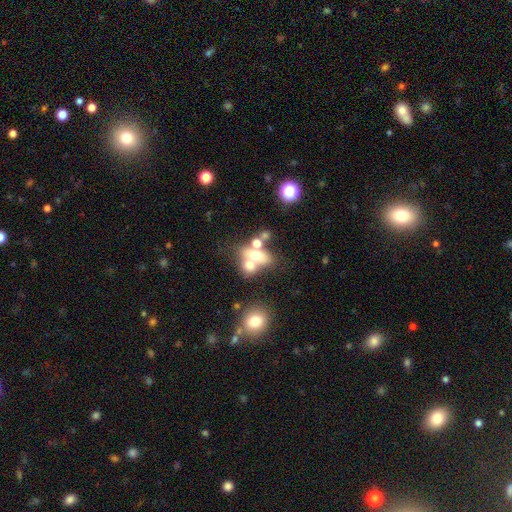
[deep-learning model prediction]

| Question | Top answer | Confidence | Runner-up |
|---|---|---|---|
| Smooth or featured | smooth | 59% | featured or disk (29%) |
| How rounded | in between | 65% | round (28%) |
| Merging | merger | 58% | none (26%) |